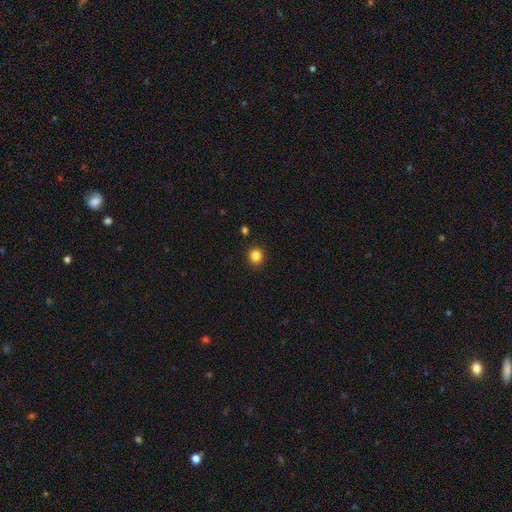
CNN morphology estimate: smooth_or_featured: smooth (p=0.84) [alt: star or artifact p=0.12]
how_rounded: round (p=0.85) [alt: in between p=0.14]
merging: none (p=0.91) [alt: minor disturbance p=0.06]